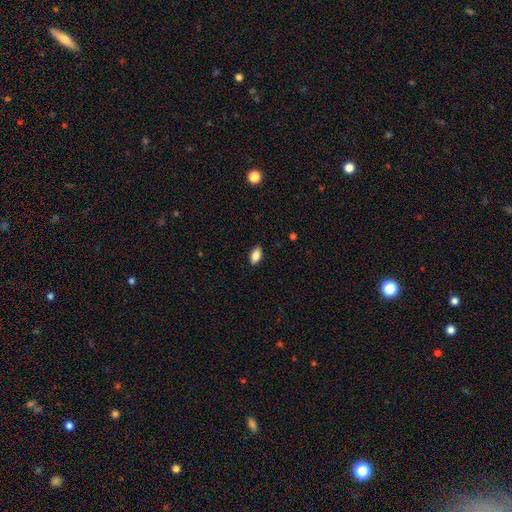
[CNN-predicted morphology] smooth-or-featured: smooth: 84% | featured or disk: 8% | star or artifact: 8%
  how-rounded: in between: 92% | round: 5% | cigar-shaped: 4%
  merging: none: 88% | minor disturbance: 9% | major disturbance: 2% | merger: 1%